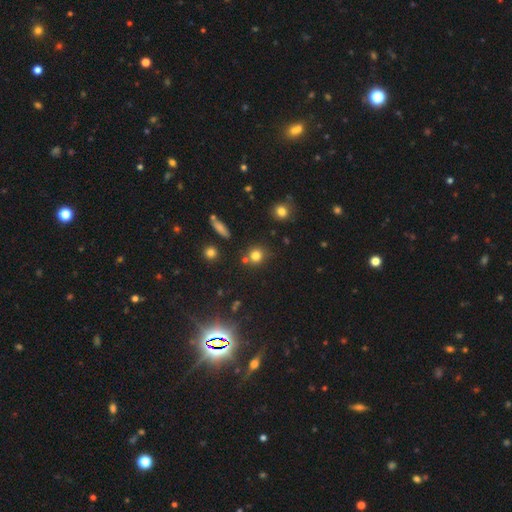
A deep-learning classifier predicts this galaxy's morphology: A smooth galaxy with no disk features (77%) that is round (88%).

Vote fractions:
- Smooth or featured? smooth: 77% / star or artifact: 16% / featured or disk: 7%
- How rounded? round: 88% / in between: 11% / cigar-shaped: 1%
- Merging? none: 74% / merger: 12% / minor disturbance: 10% / major disturbance: 3%